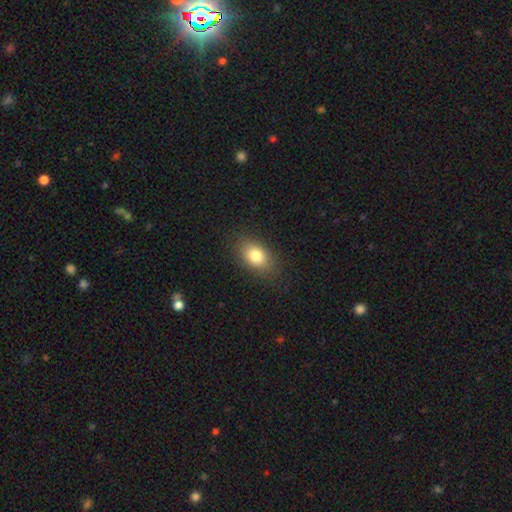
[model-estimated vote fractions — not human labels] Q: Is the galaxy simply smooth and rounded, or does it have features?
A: smooth — 81%.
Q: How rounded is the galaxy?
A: in between — 80%.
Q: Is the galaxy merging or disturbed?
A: none — 84%.